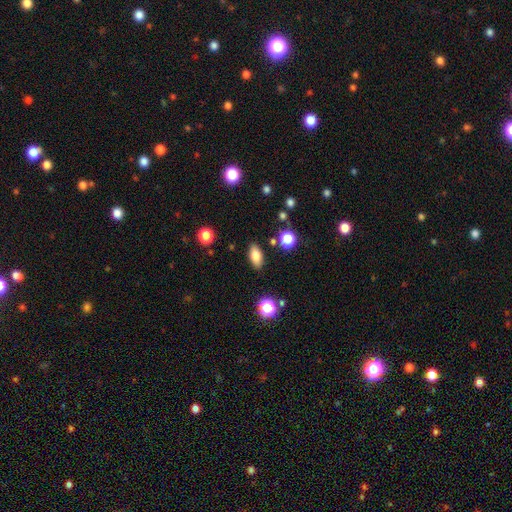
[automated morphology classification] This is likely a smooth galaxy (79%). How rounded: clearly in between (85%). Merging: clearly none (85%).